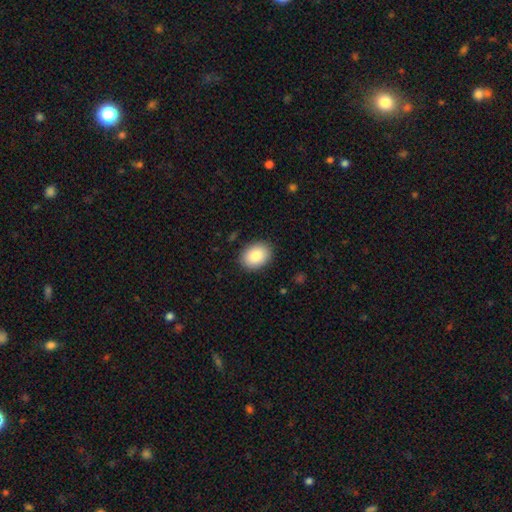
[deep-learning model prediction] This is clearly a smooth galaxy (86%). How rounded: likely in between (72%). Merging: clearly none (89%).